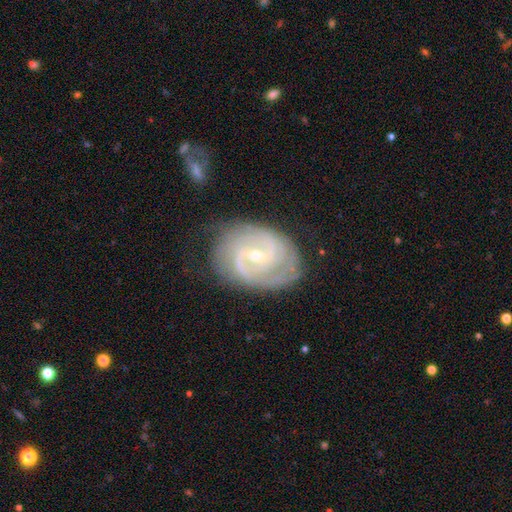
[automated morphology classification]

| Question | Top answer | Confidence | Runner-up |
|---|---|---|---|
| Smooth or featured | featured or disk | 88% | smooth (7%) |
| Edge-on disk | no | 97% | yes (3%) |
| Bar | weak | 53% | no (32%) |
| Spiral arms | yes | 97% | no (3%) |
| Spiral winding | tight | 58% | medium (34%) |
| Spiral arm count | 2 | 57% | can't tell (18%) |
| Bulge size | small | 59% | moderate (39%) |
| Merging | none | 71% | minor disturbance (20%) |